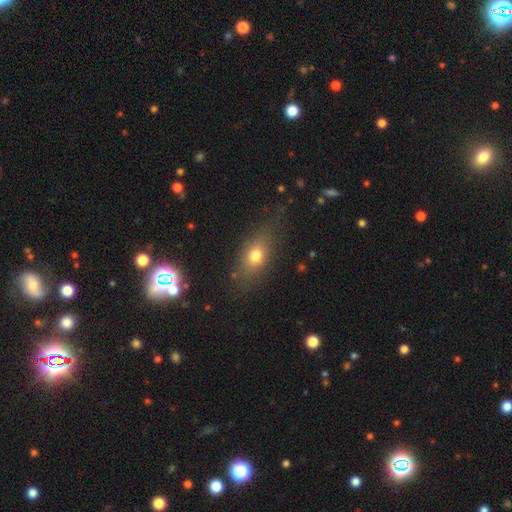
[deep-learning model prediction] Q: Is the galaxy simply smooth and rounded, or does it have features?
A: smooth — 72%.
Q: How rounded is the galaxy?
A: in between — 69%.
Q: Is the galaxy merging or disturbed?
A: none — 73%.